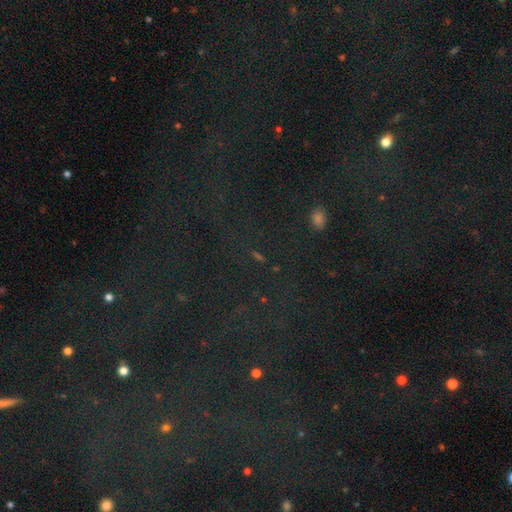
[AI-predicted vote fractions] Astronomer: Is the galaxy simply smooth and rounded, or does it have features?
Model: star or artifact — 72%.